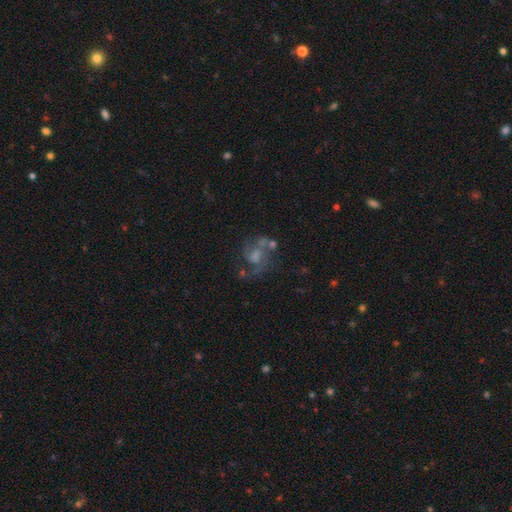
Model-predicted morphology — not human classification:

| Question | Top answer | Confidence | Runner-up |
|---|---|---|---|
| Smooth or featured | featured or disk | 68% | star or artifact (16%) |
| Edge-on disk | no | 97% | yes (3%) |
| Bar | no | 48% | weak (42%) |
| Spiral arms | yes | 83% | no (17%) |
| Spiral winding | medium | 50% | loose (34%) |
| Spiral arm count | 2 | 69% | can't tell (14%) |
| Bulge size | moderate | 37% | small (32%) |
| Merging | none | 52% | major disturbance (19%) |